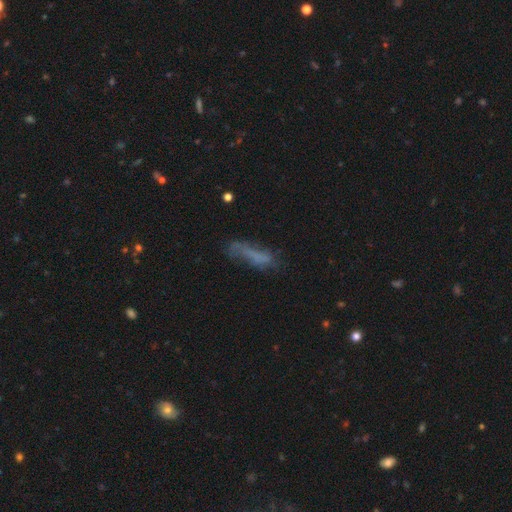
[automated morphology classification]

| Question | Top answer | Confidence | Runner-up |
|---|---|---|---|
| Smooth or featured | smooth | 57% | featured or disk (30%) |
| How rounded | cigar-shaped | 68% | in between (30%) |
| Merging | none | 47% | minor disturbance (27%) |